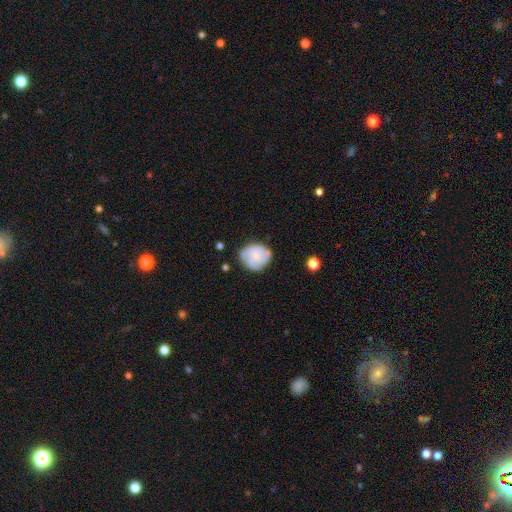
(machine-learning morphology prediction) A featured or disk galaxy (57%) with no bar (74%), spiral arms (83%) and a small central bulge (57%).

Vote fractions:
- Smooth or featured? featured or disk: 57% / smooth: 37% / star or artifact: 7%
- Edge-on disk? no: 98% / yes: 2%
- Bar? no: 74% / weak: 23% / strong: 3%
- Spiral arms? yes: 83% / no: 17%
- Bulge size? small: 57% / moderate: 26% / none: 14% / large: 2% / dominant: 1%
- Merging? none: 68% / minor disturbance: 22% / major disturbance: 7% / merger: 2%